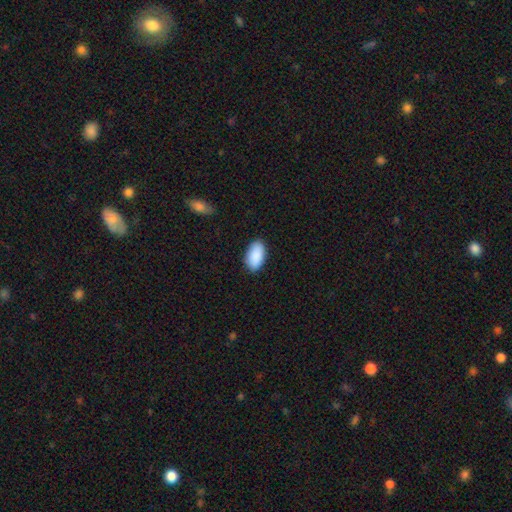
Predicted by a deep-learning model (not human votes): A smooth galaxy with no disk features (91%) that is in between round and cigar-shaped (95%).

Vote fractions:
- Smooth or featured? smooth: 91% / star or artifact: 6% / featured or disk: 3%
- How rounded? in between: 95% / round: 3% / cigar-shaped: 2%
- Merging? none: 87% / minor disturbance: 10% / major disturbance: 2% / merger: 1%